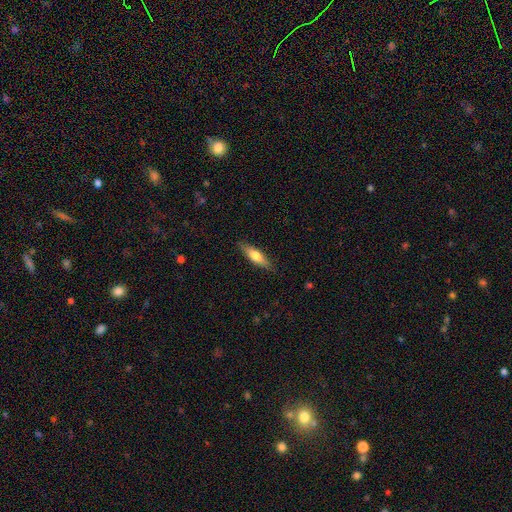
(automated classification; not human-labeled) This appears to be a smooth galaxy with no disk features (59%) that is cigar-shaped (63%). Merging: none (86%).